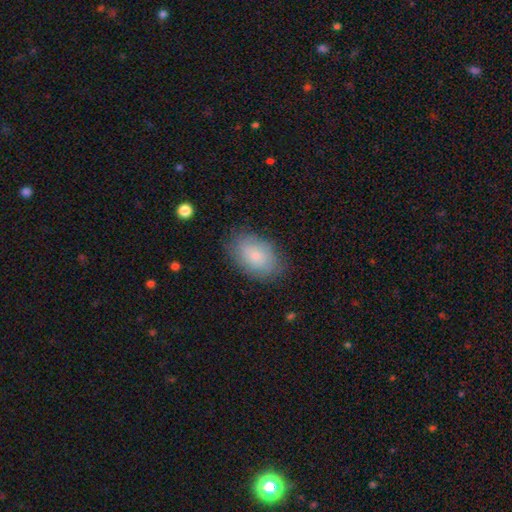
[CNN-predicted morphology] The model was most divided on "smooth or featured": smooth: 77%, featured or disk: 16%, star or artifact: 7%. More confident: how rounded — in between (90%); merging — none (80%).